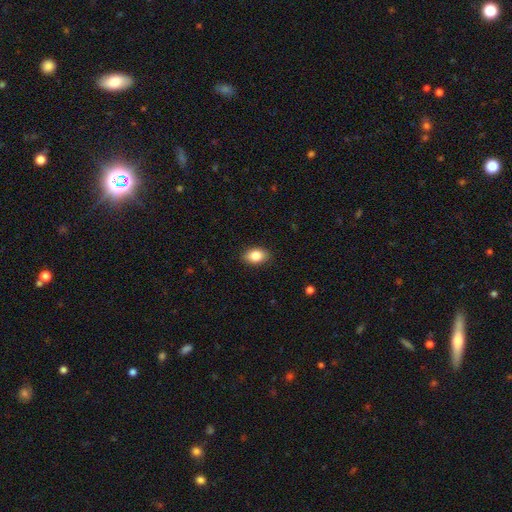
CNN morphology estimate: Smooth or featured: smooth — 86% (star or artifact — 8%)
How rounded: in between — 85% (round — 14%)
Merging: none — 88% (minor disturbance — 9%)